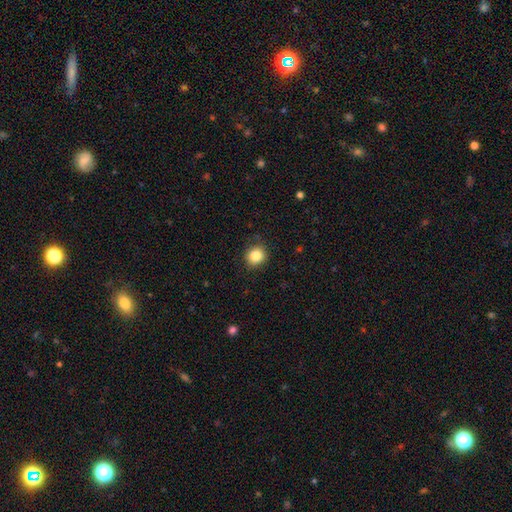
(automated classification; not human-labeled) Smooth or featured?
  - smooth: 85% *
  - star or artifact: 10%
  - featured or disk: 5%
How rounded?
  - round: 85% *
  - in between: 15%
  - cigar-shaped: 1%
Merging?
  - none: 87% *
  - minor disturbance: 9%
  - major disturbance: 2%
  - merger: 1%